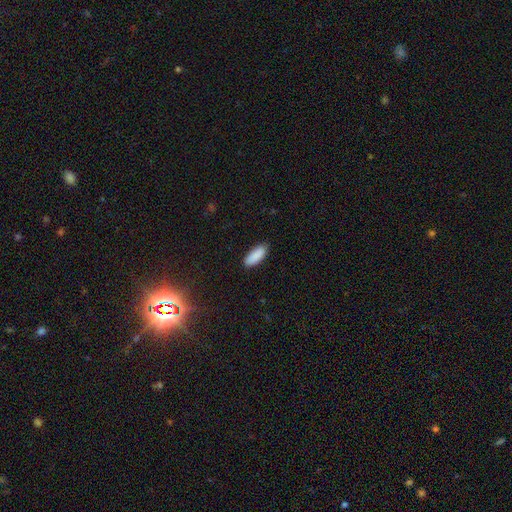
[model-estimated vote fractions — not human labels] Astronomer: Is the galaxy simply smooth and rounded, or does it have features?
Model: smooth — 90%.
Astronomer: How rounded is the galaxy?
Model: in between — 73%.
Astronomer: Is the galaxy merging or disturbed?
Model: none — 87%.